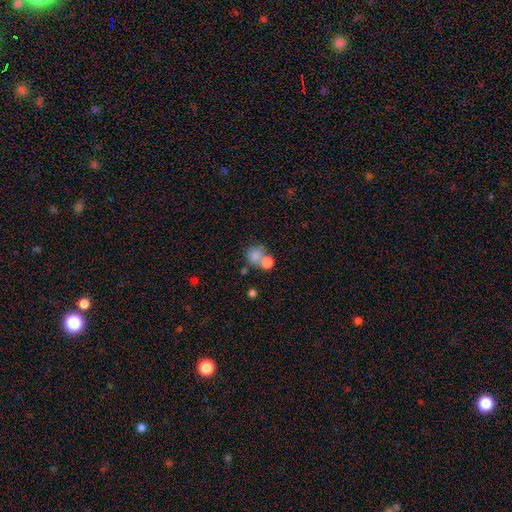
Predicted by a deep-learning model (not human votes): Overall: smooth (76%). How rounded: round (76%). Merging: merger (49%; none 34%).